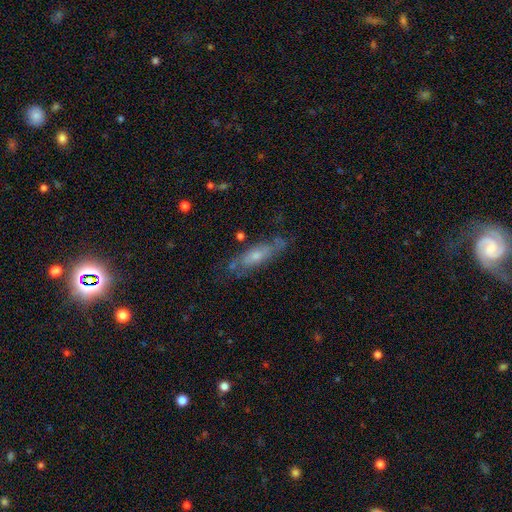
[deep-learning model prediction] Q: Smooth or featured?
A: featured or disk (58%); runner-up: smooth (34%)
Q: Edge-on disk?
A: no (59%); runner-up: yes (41%)
Q: Merging?
A: none (65%); runner-up: minor disturbance (22%)